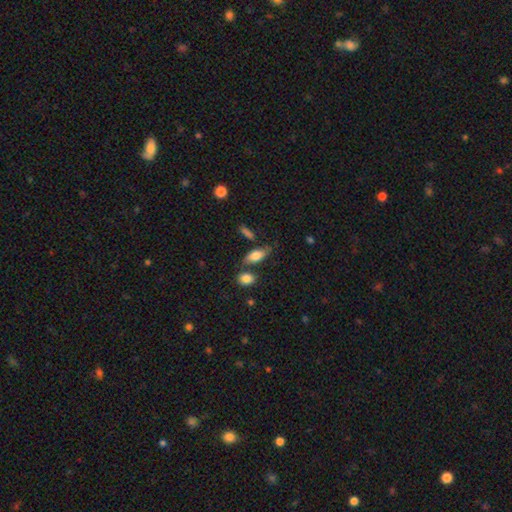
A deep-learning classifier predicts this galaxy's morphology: Overall: smooth (76%). How rounded: in between (82%). Merging: none (65%).